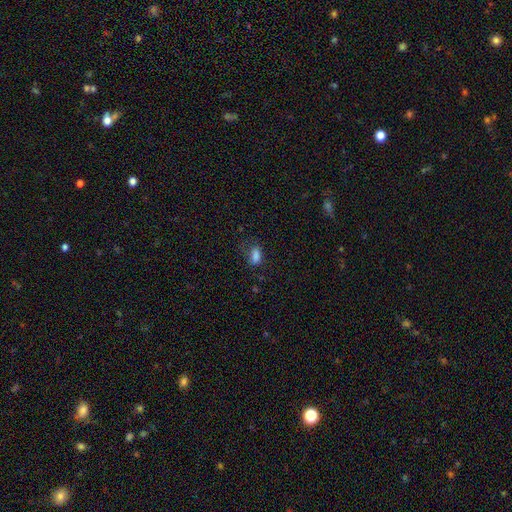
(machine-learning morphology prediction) Smooth or featured?
  - smooth: 82% *
  - star or artifact: 12%
  - featured or disk: 6%
How rounded?
  - in between: 86% *
  - round: 7%
  - cigar-shaped: 7%
Merging?
  - none: 58% *
  - minor disturbance: 26%
  - major disturbance: 13%
  - merger: 2%